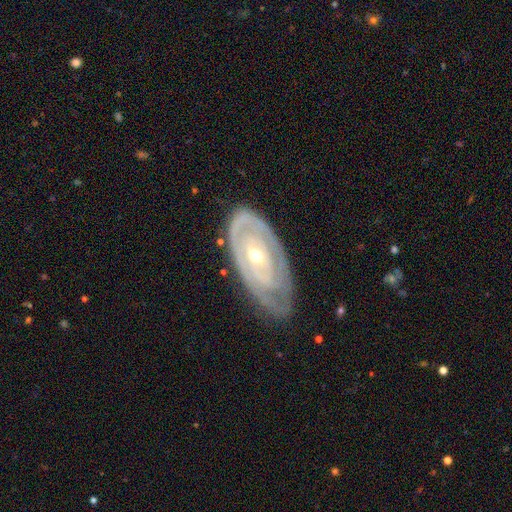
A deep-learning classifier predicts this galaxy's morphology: smooth_or_featured: featured or disk (p=0.81) [alt: smooth p=0.14]
disk_edge_on: no (p=0.92) [alt: yes p=0.08]
bar: no (p=0.71) [alt: weak p=0.21]
has_spiral_arms: yes (p=0.77) [alt: no p=0.23]
spiral_winding: tight (p=0.78) [alt: medium p=0.17]
spiral_arm_count: can't tell (p=0.48) [alt: 2 p=0.26]
bulge_size: small (p=0.56) [alt: moderate p=0.41]
merging: none (p=0.67) [alt: minor disturbance p=0.23]